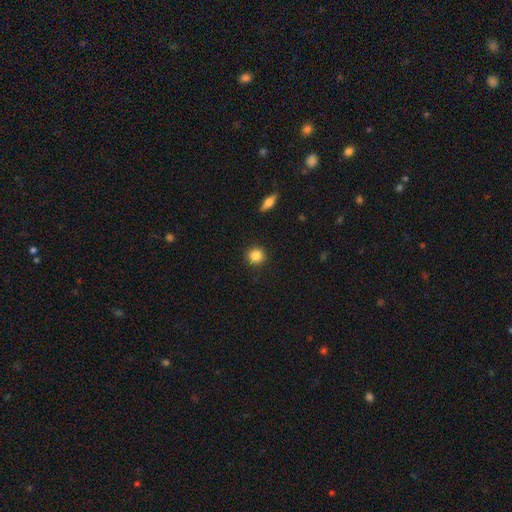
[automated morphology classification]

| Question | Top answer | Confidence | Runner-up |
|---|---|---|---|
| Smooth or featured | smooth | 84% | star or artifact (10%) |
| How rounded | round | 92% | in between (7%) |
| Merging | none | 92% | minor disturbance (6%) |